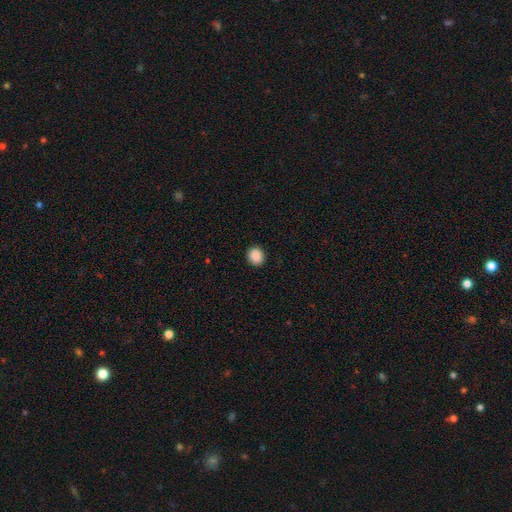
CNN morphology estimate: This is clearly a smooth galaxy (89%). How rounded: likely round (71%). Merging: clearly none (91%).